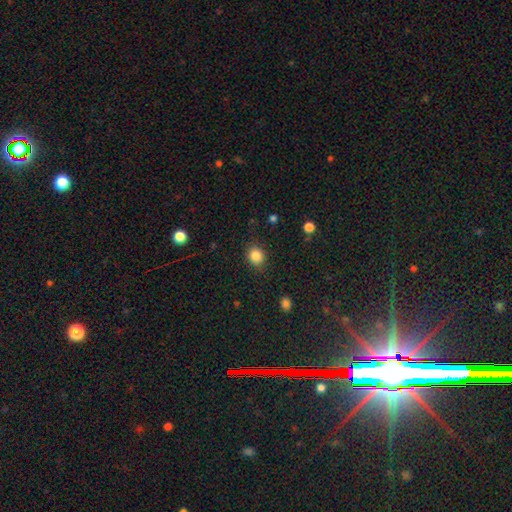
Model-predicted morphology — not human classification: smooth_or_featured: smooth (p=0.85) [alt: star or artifact p=0.10]
how_rounded: round (p=0.71) [alt: in between p=0.28]
merging: none (p=0.85) [alt: minor disturbance p=0.10]